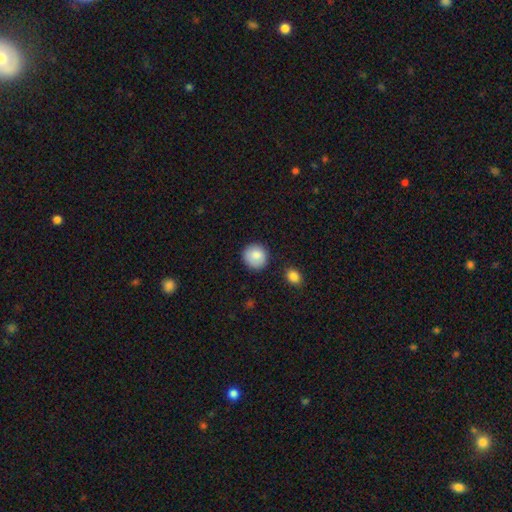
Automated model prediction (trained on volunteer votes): smooth_or_featured: smooth (p=0.87) [alt: star or artifact p=0.07]
how_rounded: round (p=0.91) [alt: in between p=0.08]
merging: none (p=0.85) [alt: minor disturbance p=0.10]